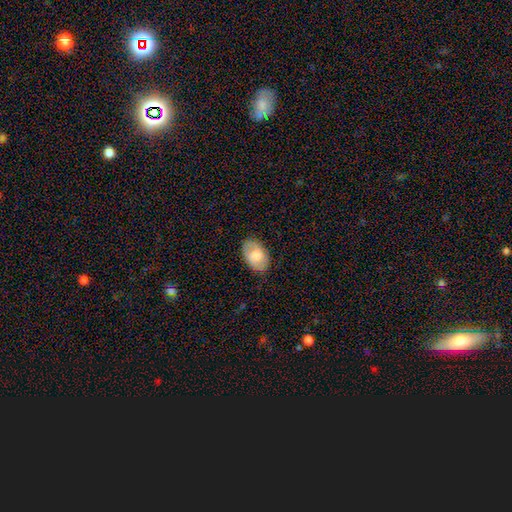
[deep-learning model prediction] This is likely a smooth galaxy (64%). How rounded: clearly in between (92%). Merging: clearly none (83%).